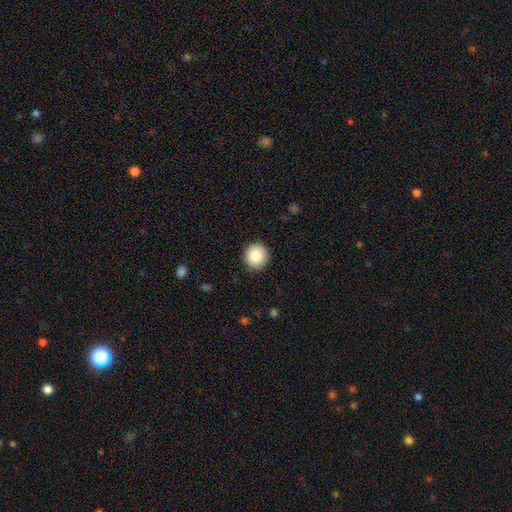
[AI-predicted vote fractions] This is clearly a smooth galaxy (87%). How rounded: clearly round (94%). Merging: clearly none (91%).